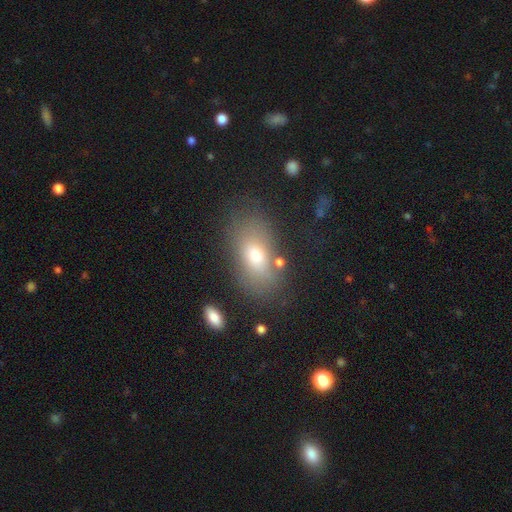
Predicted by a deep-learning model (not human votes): Smooth or featured?
  - smooth: 68% *
  - featured or disk: 19%
  - star or artifact: 13%
How rounded?
  - in between: 87% *
  - round: 9%
  - cigar-shaped: 4%
Merging?
  - none: 76% *
  - minor disturbance: 14%
  - major disturbance: 5%
  - merger: 5%